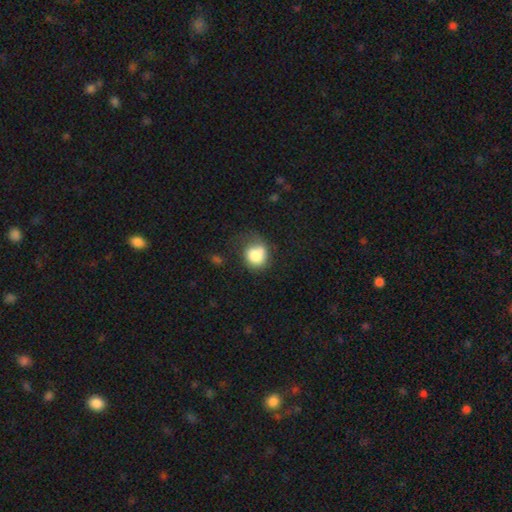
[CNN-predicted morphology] smooth-or-featured: smooth: 80% | featured or disk: 12% | star or artifact: 9%
  how-rounded: round: 68% | in between: 31% | cigar-shaped: 1%
  merging: none: 43% | minor disturbance: 31% | major disturbance: 18% | merger: 7%